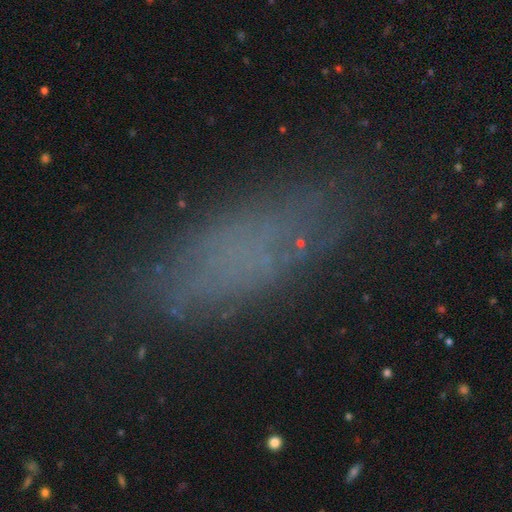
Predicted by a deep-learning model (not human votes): Smooth or featured: smooth — 55% (featured or disk — 26%)
How rounded: in between — 59% (cigar-shaped — 37%)
Merging: none — 72% (minor disturbance — 17%)